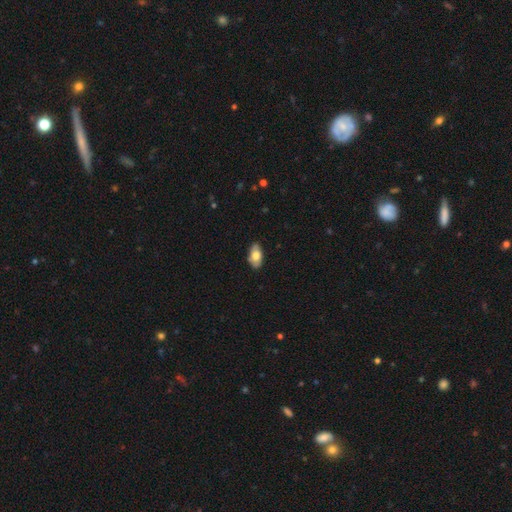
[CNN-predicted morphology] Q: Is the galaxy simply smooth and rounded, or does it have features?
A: smooth — 69%.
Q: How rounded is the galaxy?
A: in between — 93%.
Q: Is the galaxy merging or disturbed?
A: none — 82%.